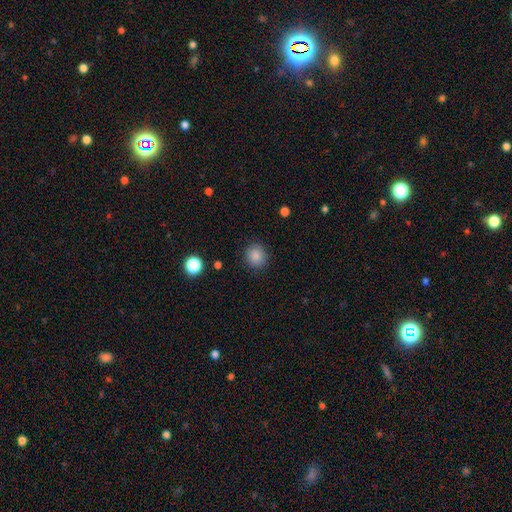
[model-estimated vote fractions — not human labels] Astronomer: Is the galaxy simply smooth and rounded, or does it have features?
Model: smooth — 86%.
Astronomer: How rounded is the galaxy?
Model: round — 85%.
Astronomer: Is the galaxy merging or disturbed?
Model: none — 89%.